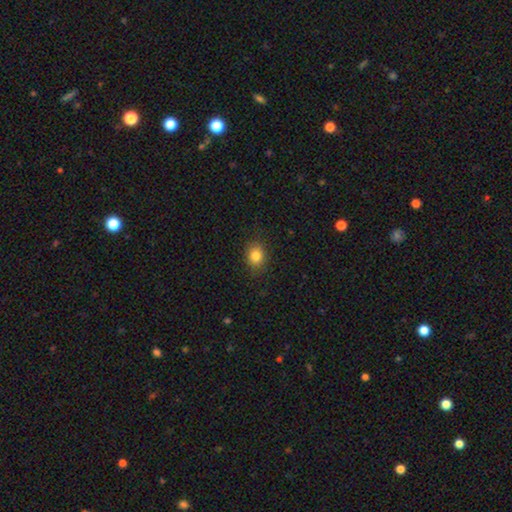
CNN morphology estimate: Smooth or featured? smooth (83%)
How rounded? round (57%)
Merging? none (87%)